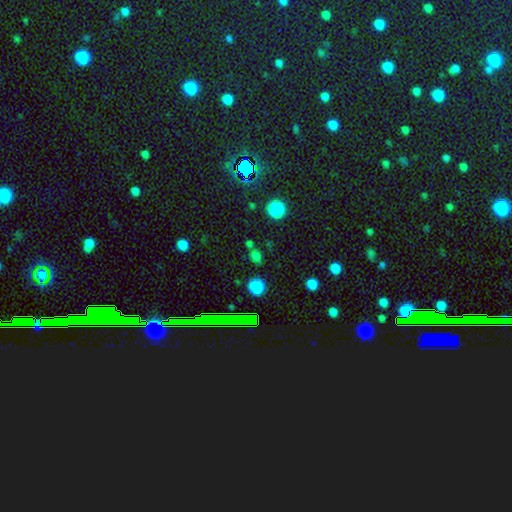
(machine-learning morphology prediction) Smooth or featured: smooth — 61% (star or artifact — 31%)
How rounded: round — 56% (in between — 41%)
Merging: none — 66% (merger — 16%)